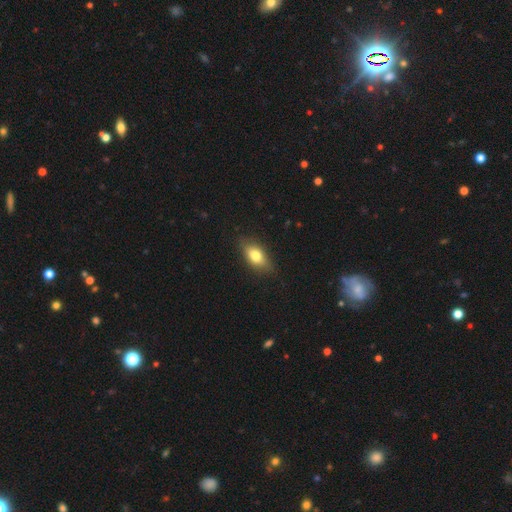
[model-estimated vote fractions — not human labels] This is likely a smooth galaxy (74%). How rounded: clearly in between (83%). Merging: clearly none (81%).